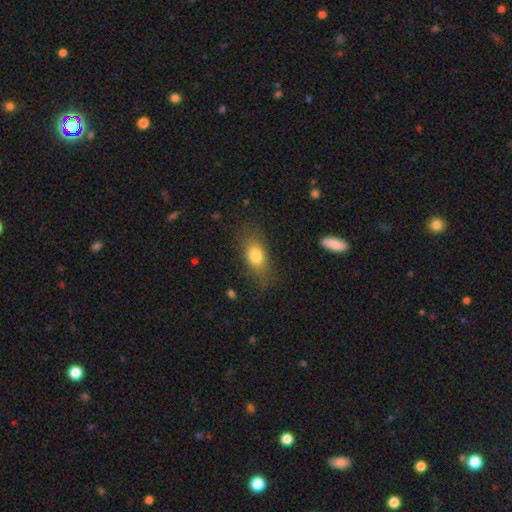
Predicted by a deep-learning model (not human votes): A smooth galaxy with no disk features (77%) that is in between round and cigar-shaped (79%). Merging: none (72%).